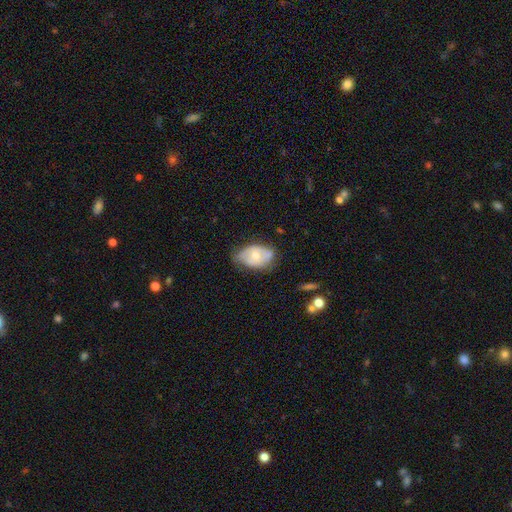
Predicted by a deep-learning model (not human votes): Overall: smooth (51%; featured or disk 42%). How rounded: in between (86%). Merging: none (52%; minor disturbance 36%).